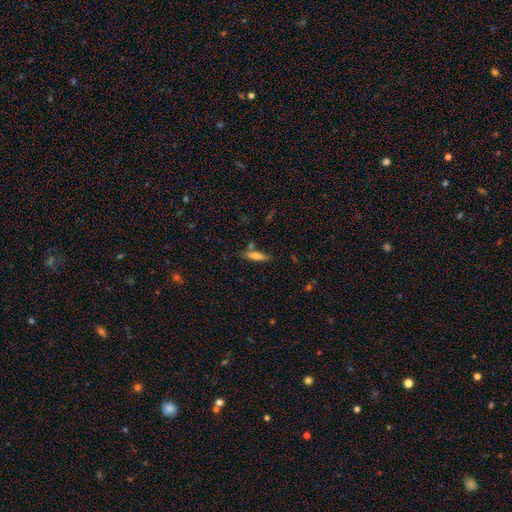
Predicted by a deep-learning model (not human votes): smooth-or-featured: smooth: 73% | featured or disk: 18% | star or artifact: 8%
  how-rounded: cigar-shaped: 65% | in between: 33% | round: 2%
  merging: none: 71% | minor disturbance: 14% | merger: 11% | major disturbance: 4%